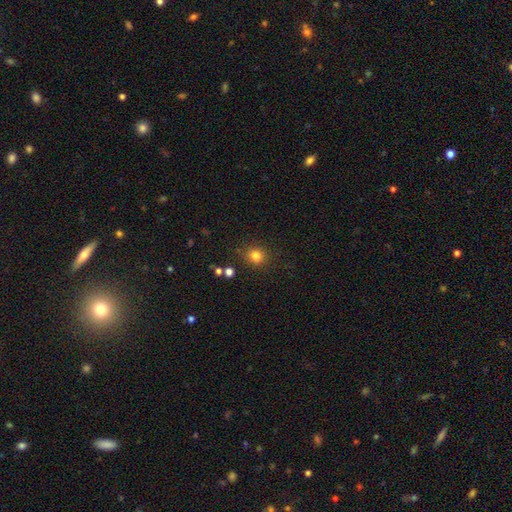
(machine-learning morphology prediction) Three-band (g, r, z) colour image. It shows a smooth galaxy with no disk features (81%) that is round (82%). Merging: none (84%).